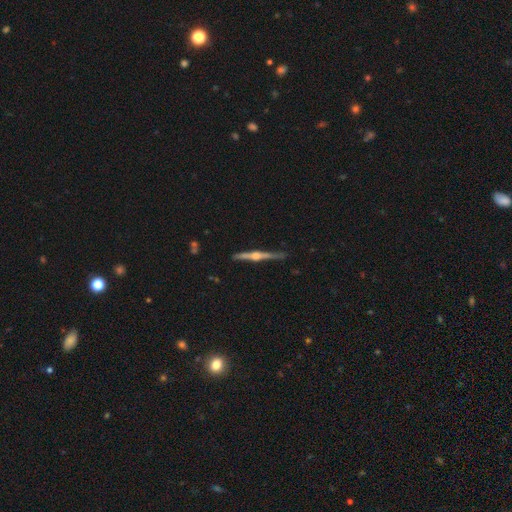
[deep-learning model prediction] This is clearly a featured or disk galaxy (82%). It is clearly viewed edge-on (98%). Edge-on bulge: clearly rounded (90%). Merging: clearly none (86%).